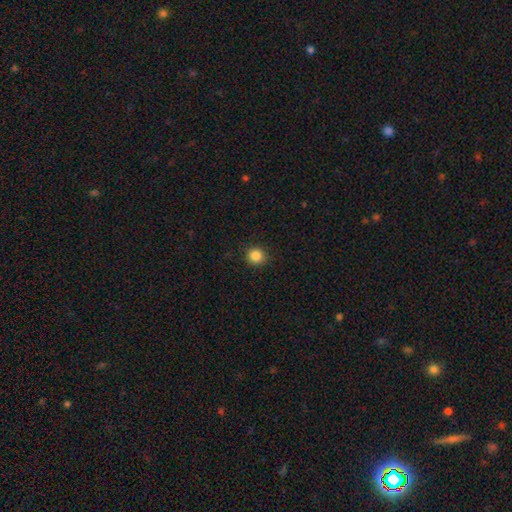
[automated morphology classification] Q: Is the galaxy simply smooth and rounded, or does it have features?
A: smooth — 85%.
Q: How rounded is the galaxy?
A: round — 91%.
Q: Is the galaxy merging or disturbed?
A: none — 90%.